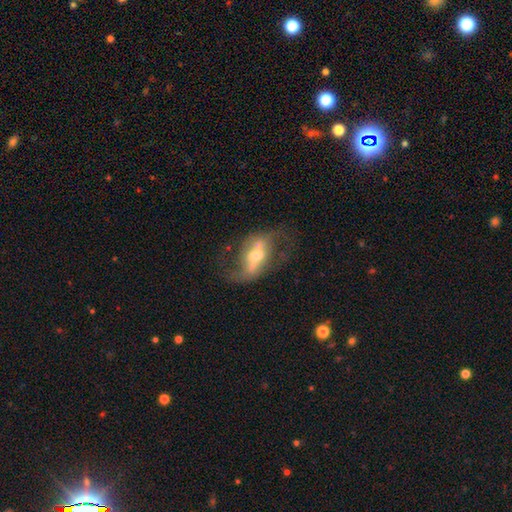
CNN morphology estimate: Smooth or featured?
  - featured or disk: 80% *
  - smooth: 13%
  - star or artifact: 7%
Edge-on disk?
  - no: 90% *
  - yes: 10%
Bar?
  - strong: 47% *
  - weak: 33%
  - no: 20%
Spiral arms?
  - yes: 84% *
  - no: 16%
Spiral winding?
  - loose: 62% *
  - medium: 30%
  - tight: 8%
Spiral arm count?
  - 2: 88% *
  - can't tell: 6%
  - 1: 3%
  - 3: 1%
  - 4: 1%
  - more than 4: 1%
Bulge size?
  - moderate: 59% *
  - small: 32%
  - large: 5%
  - none: 2%
  - dominant: 1%
Merging?
  - none: 60% *
  - major disturbance: 18%
  - minor disturbance: 17%
  - merger: 5%